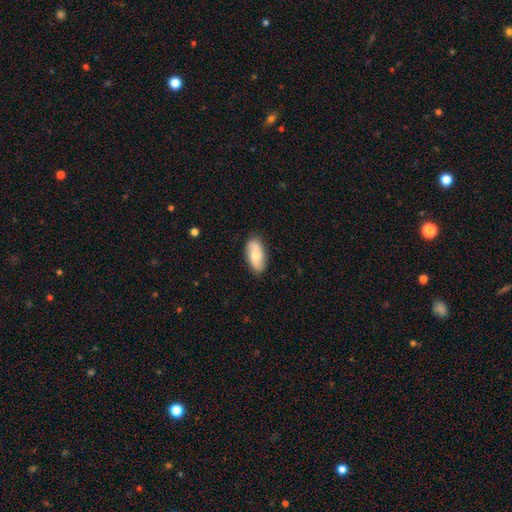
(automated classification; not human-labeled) The model was most divided on "smooth or featured": smooth: 63%, featured or disk: 31%, star or artifact: 6%. More confident: how rounded — in between (89%); merging — none (85%).